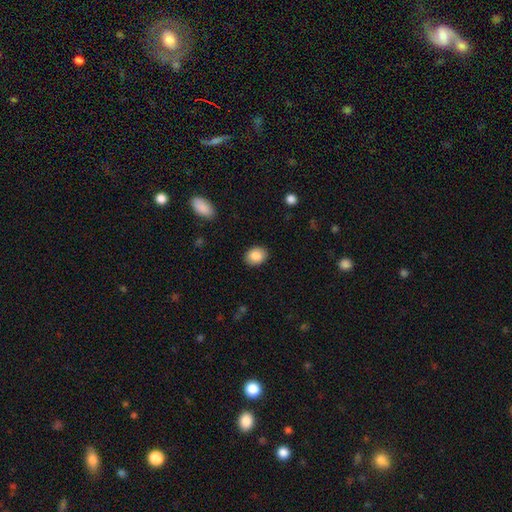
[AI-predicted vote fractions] smooth 87%, star or artifact 7%, featured or disk 5%. Down the decision tree: how rounded — in between (64%); merging — none (89%).